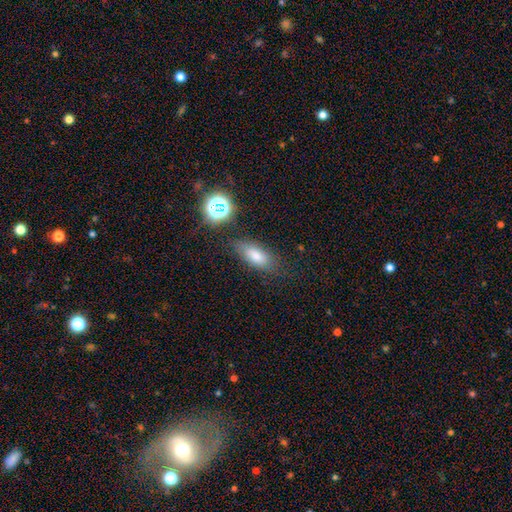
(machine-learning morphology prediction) Smooth or featured?
  - smooth: 73% *
  - star or artifact: 15%
  - featured or disk: 12%
How rounded?
  - in between: 77% *
  - cigar-shaped: 16%
  - round: 6%
Merging?
  - none: 76% *
  - minor disturbance: 15%
  - major disturbance: 5%
  - merger: 4%